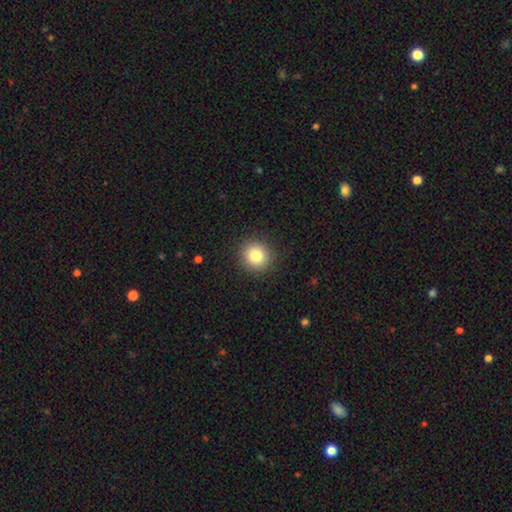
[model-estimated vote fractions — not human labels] Morphology: type=smooth (83%); roundness=round (91%); merging=none (91%).